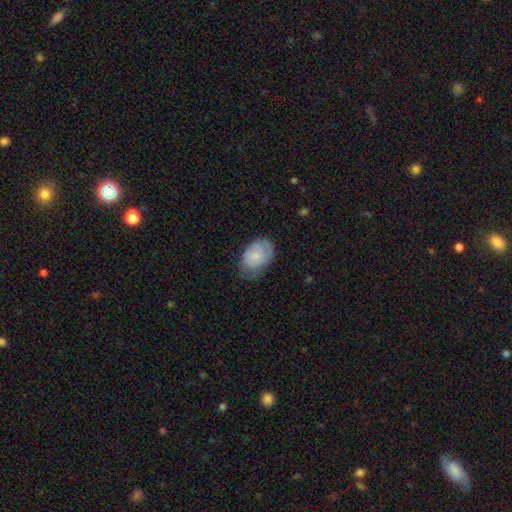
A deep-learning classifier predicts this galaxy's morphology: A smooth galaxy with no disk features (72%) that is in between round and cigar-shaped (86%). Merging: none (54%).